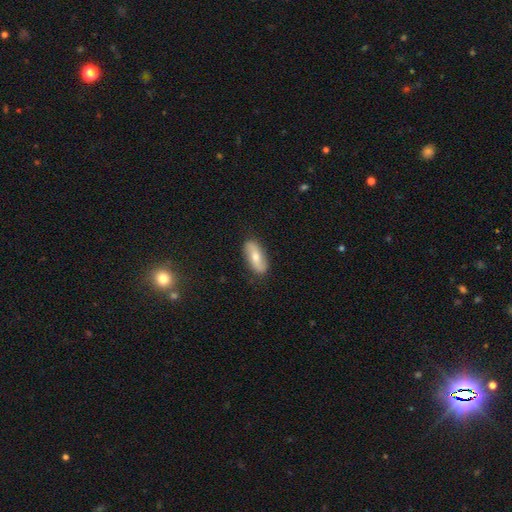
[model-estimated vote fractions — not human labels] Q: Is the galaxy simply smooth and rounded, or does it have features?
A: smooth — 51%.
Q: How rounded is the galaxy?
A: in between — 74%.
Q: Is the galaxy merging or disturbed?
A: none — 86%.